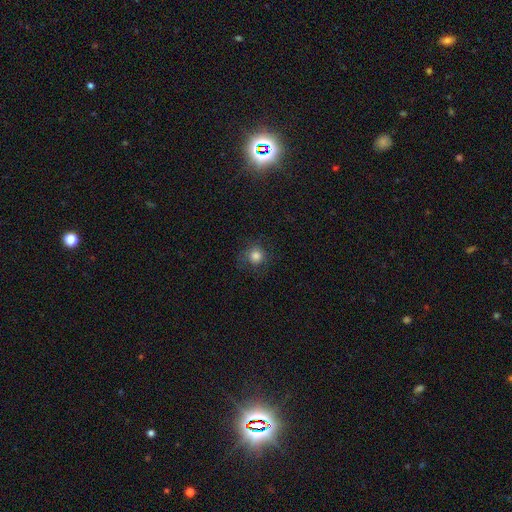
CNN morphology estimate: This appears to be a smooth galaxy with no disk features (81%) that is round (92%). Merging: none (80%).